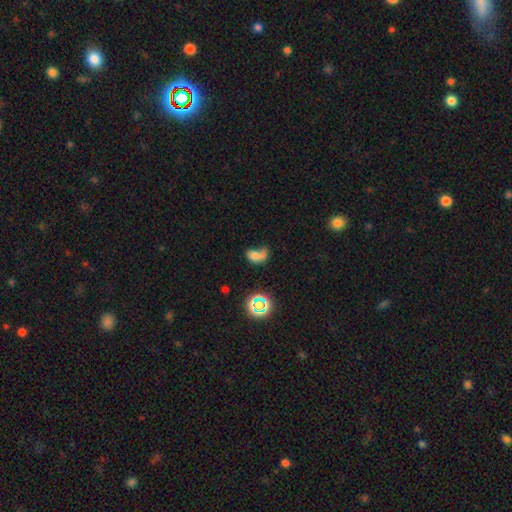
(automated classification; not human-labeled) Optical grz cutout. It shows a smooth galaxy with no disk features (57%) that is in between round and cigar-shaped (73%). Merging: merger (32%).